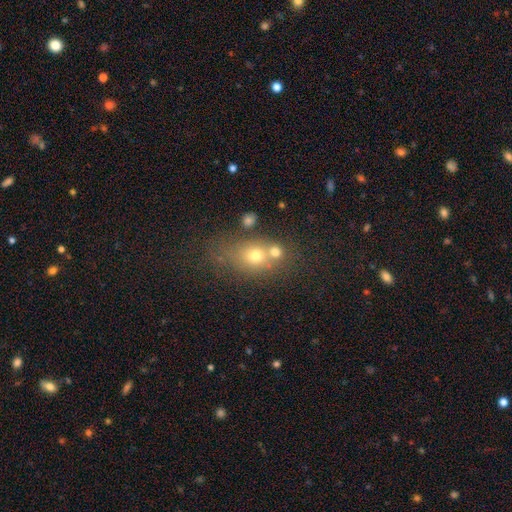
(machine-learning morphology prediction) A smooth galaxy with no disk features (63%) that is in between round and cigar-shaped (49%).

Vote fractions:
- Smooth or featured? smooth: 63% / featured or disk: 20% / star or artifact: 17%
- How rounded? in between: 49% / round: 48% / cigar-shaped: 3%
- Merging? none: 43% / merger: 38% / minor disturbance: 12% / major disturbance: 6%